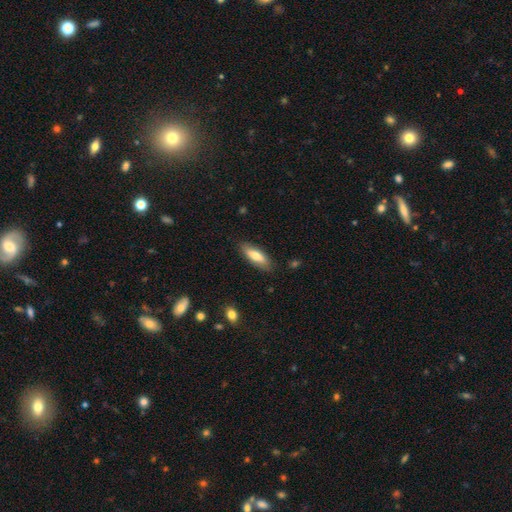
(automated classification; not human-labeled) A smooth galaxy with no disk features (72%) that is in between round and cigar-shaped (58%).

Vote fractions:
- Smooth or featured? smooth: 72% / featured or disk: 22% / star or artifact: 6%
- How rounded? in between: 58% / cigar-shaped: 40% / round: 2%
- Merging? none: 85% / minor disturbance: 11% / major disturbance: 2% / merger: 1%